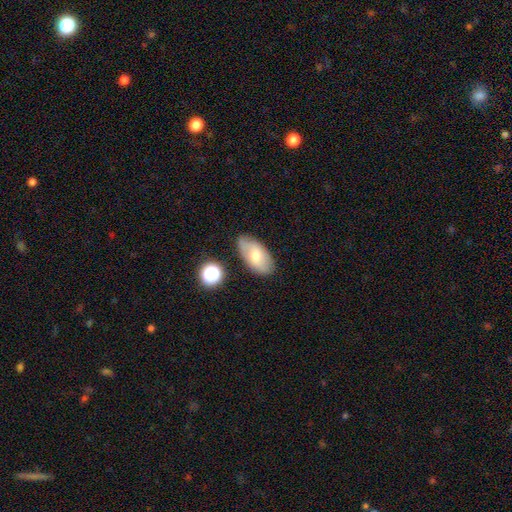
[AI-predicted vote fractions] This is likely a smooth galaxy (63%). How rounded: clearly in between (92%). Merging: likely none (74%).